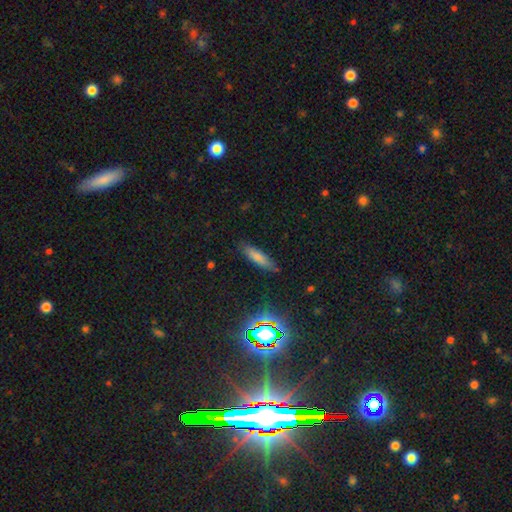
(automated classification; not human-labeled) Q: Smooth or featured?
A: smooth (71%); runner-up: star or artifact (15%)
Q: How rounded?
A: cigar-shaped (69%); runner-up: in between (29%)
Q: Merging?
A: none (81%); runner-up: minor disturbance (14%)